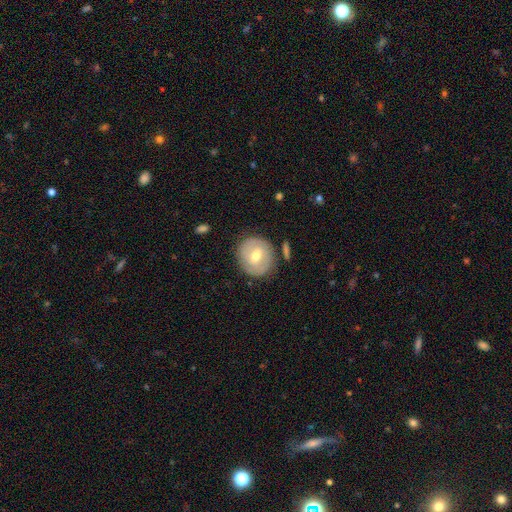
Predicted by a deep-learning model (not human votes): Smooth or featured: smooth — 48% (featured or disk — 46%)
Merging: none — 80% (minor disturbance — 13%)